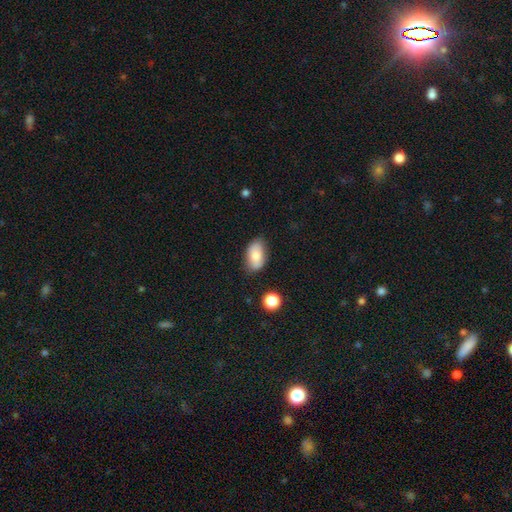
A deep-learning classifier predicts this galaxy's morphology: Q: Smooth or featured?
A: smooth (77%); runner-up: featured or disk (16%)
Q: How rounded?
A: in between (92%); runner-up: round (6%)
Q: Merging?
A: none (78%); runner-up: minor disturbance (17%)